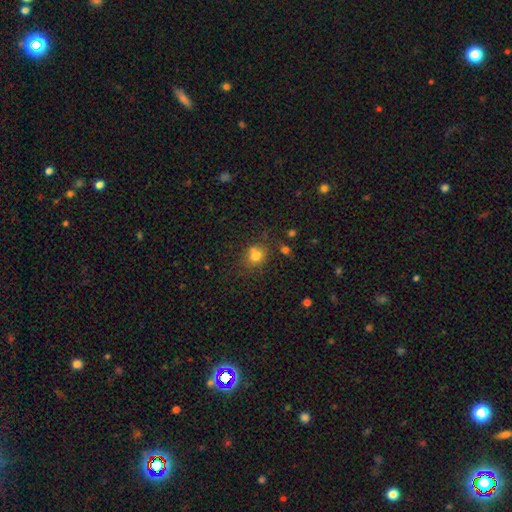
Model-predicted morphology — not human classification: Overall: smooth (75%). How rounded: round (74%). Merging: none (58%; merger 23%).